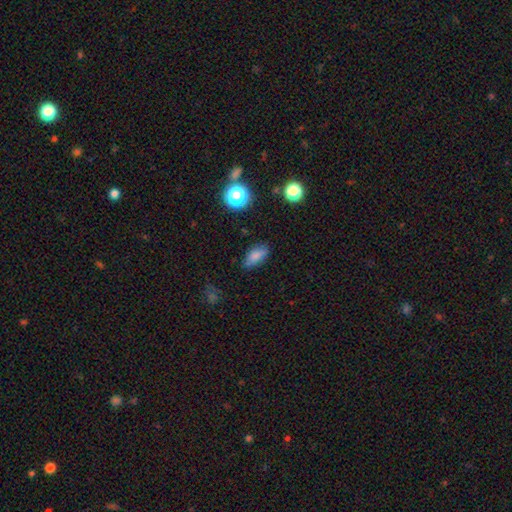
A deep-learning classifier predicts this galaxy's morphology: This appears to be a smooth galaxy with no disk features (79%) that is in between round and cigar-shaped (82%). Merging: none (74%).